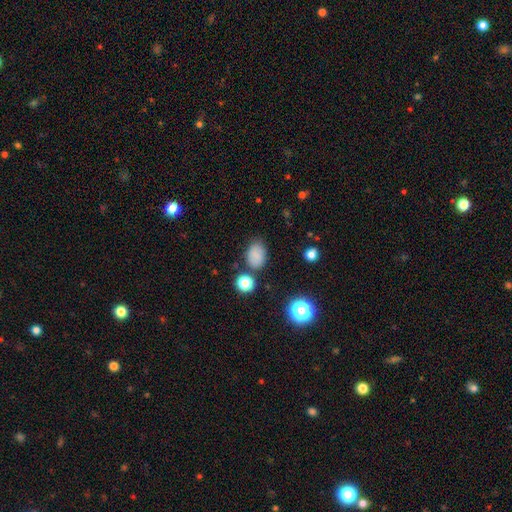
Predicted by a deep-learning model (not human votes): smooth-or-featured: smooth: 79% | star or artifact: 13% | featured or disk: 8%
  how-rounded: in between: 77% | round: 22% | cigar-shaped: 1%
  merging: none: 72% | minor disturbance: 17% | merger: 6% | major disturbance: 5%